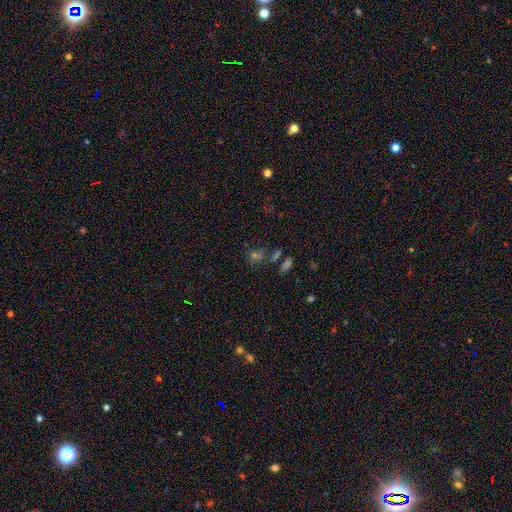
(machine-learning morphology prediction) star or artifact 43%, smooth 40%, featured or disk 16%.